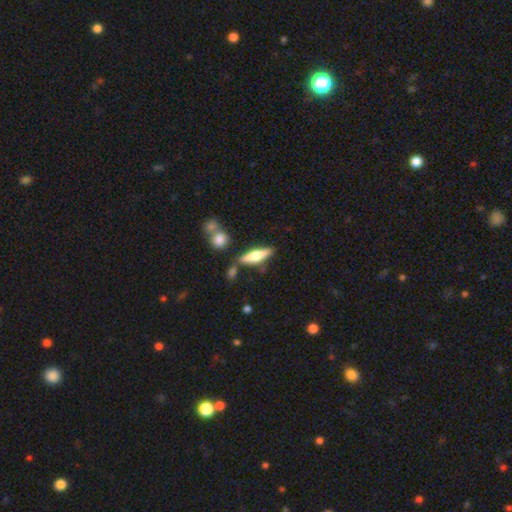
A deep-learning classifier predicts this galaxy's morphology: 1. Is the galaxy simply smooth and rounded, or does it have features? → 48% featured or disk, 45% smooth, 6% star or artifact.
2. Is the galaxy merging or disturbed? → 75% none, 13% minor disturbance, 9% merger, 4% major disturbance.